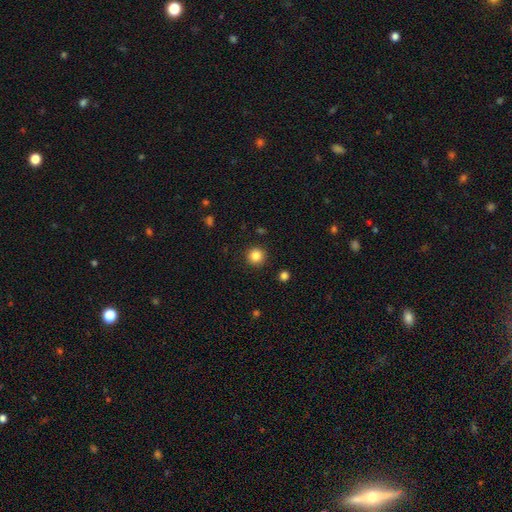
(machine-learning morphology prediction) This appears to be a smooth galaxy with no disk features (85%) that is round (95%). Merging: none (92%).